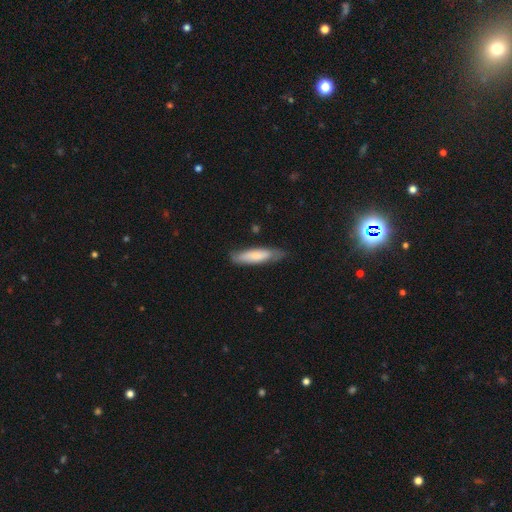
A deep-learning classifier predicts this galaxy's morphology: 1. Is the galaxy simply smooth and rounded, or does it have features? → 74% smooth, 20% featured or disk, 6% star or artifact.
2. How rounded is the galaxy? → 71% cigar-shaped, 27% in between, 1% round.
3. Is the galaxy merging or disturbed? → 73% none, 21% minor disturbance, 4% major disturbance, 1% merger.